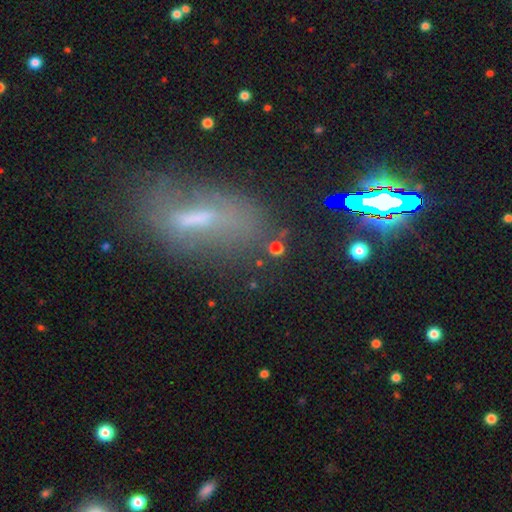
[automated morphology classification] The model was most divided on "smooth or featured": featured or disk: 38%, smooth: 37%, star or artifact: 25%. More confident: merging — none (59%).